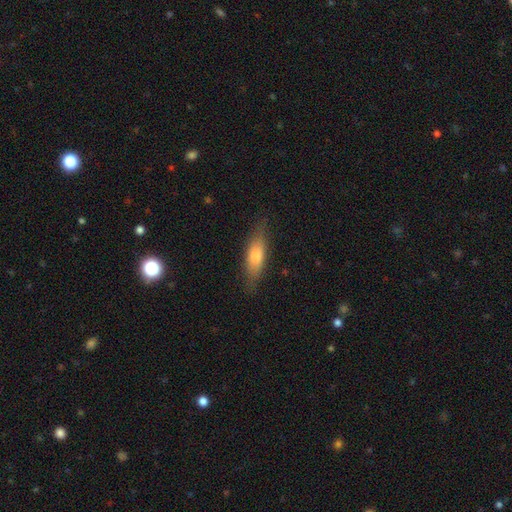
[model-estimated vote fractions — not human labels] Smooth or featured?
  - smooth: 69% *
  - featured or disk: 24%
  - star or artifact: 7%
How rounded?
  - cigar-shaped: 53% *
  - in between: 44%
  - round: 2%
Merging?
  - none: 79% *
  - minor disturbance: 15%
  - major disturbance: 4%
  - merger: 1%